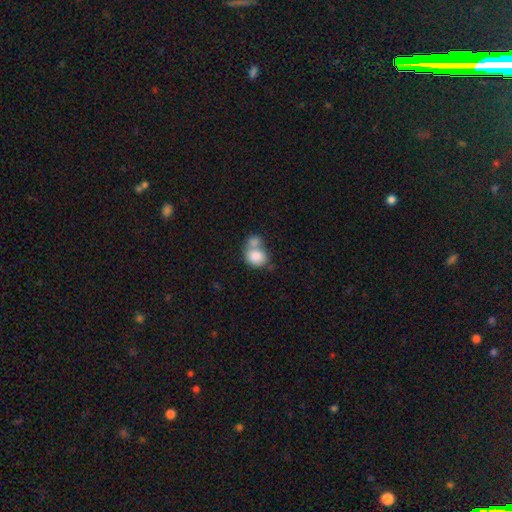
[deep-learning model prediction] This is clearly a smooth galaxy (81%). How rounded: possibly round (54%). Merging: possibly merger (58%).